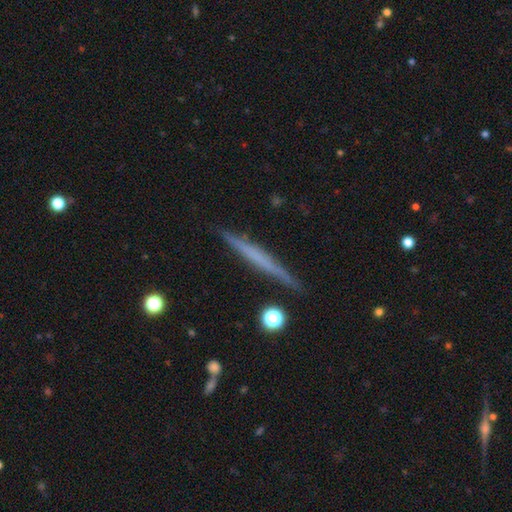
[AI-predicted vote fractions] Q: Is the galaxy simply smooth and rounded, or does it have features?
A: featured or disk — 56%.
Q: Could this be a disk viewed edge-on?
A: yes — 97%.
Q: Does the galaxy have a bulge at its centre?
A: none — 80%.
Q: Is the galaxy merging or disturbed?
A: none — 89%.